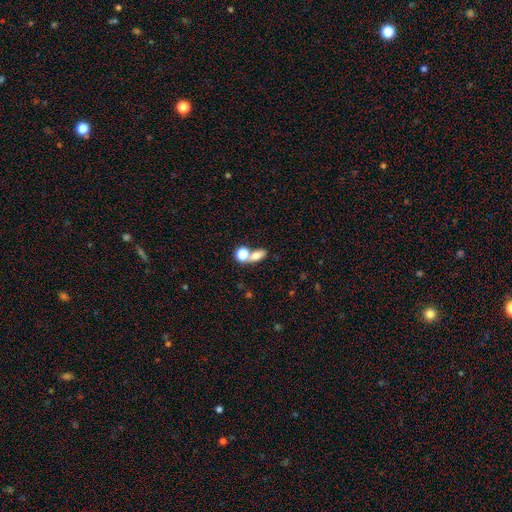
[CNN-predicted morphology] Smooth or featured? smooth (72%)
How rounded? in between (66%)
Merging? merger (45%)